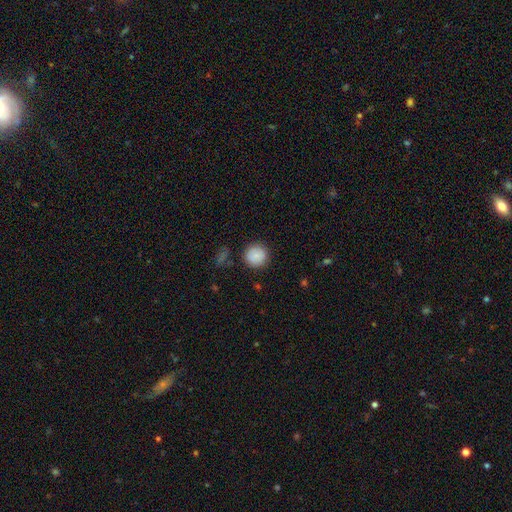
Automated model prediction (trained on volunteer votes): Smooth or featured: smooth — 87% (star or artifact — 8%)
How rounded: round — 93% (in between — 6%)
Merging: none — 88% (minor disturbance — 8%)